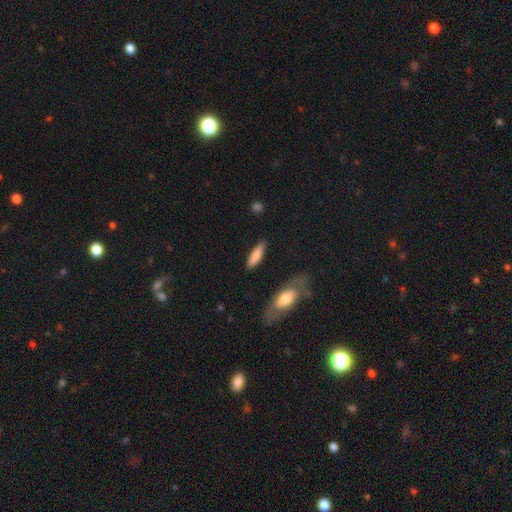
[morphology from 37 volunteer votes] A smooth galaxy with no disk features (78%) that is cigar-shaped (52%).

Vote fractions:
- Smooth or featured? smooth: 78% / featured or disk: 19% / star or artifact: 3%
- How rounded? cigar-shaped: 52% / in between: 48% / round: 0%
- Merging? none: 78% / major disturbance: 11% / minor disturbance: 8% / merger: 3%